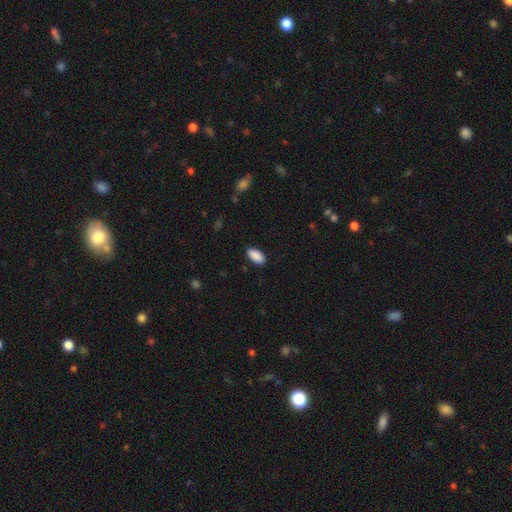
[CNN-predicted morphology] smooth_or_featured: smooth (p=0.91) [alt: star or artifact p=0.06]
how_rounded: in between (p=0.93) [alt: cigar-shaped p=0.05]
merging: none (p=0.89) [alt: minor disturbance p=0.08]